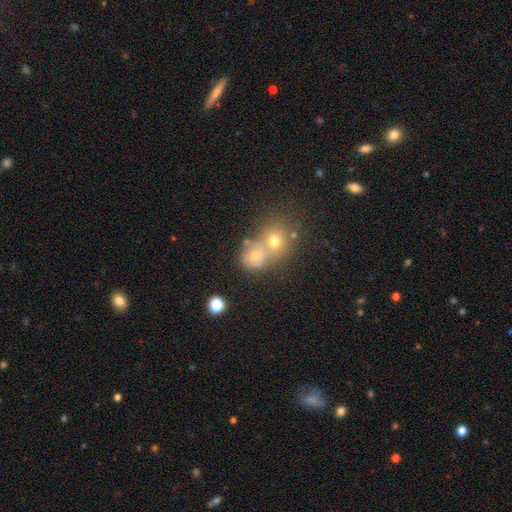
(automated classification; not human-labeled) Smooth or featured? smooth (66%)
How rounded? round (74%)
Merging? merger (54%)